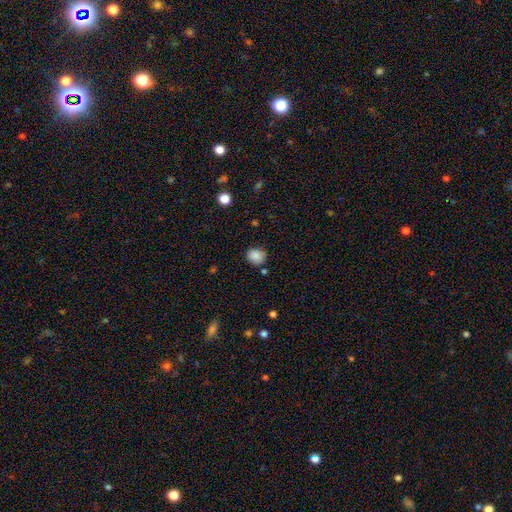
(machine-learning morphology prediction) A smooth galaxy with no disk features (86%) that is round (69%).

Vote fractions:
- Smooth or featured? smooth: 86% / star or artifact: 9% / featured or disk: 4%
- How rounded? round: 69% / in between: 30% / cigar-shaped: 1%
- Merging? none: 78% / minor disturbance: 15% / merger: 4% / major disturbance: 3%